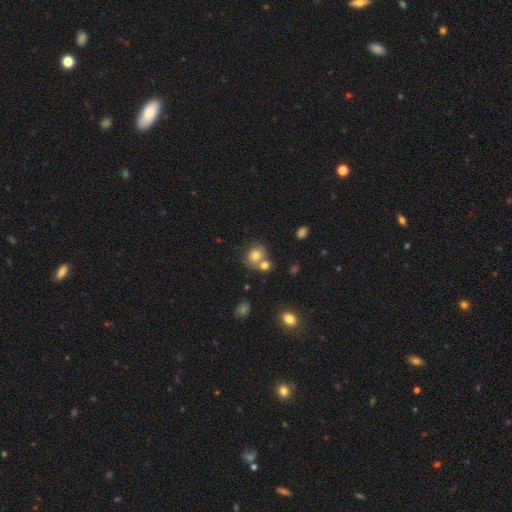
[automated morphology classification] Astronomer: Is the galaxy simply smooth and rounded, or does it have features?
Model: smooth — 75%.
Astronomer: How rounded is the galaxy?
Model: round — 65%.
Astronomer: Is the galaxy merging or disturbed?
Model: none — 50% (runner-up: merger, 34%).